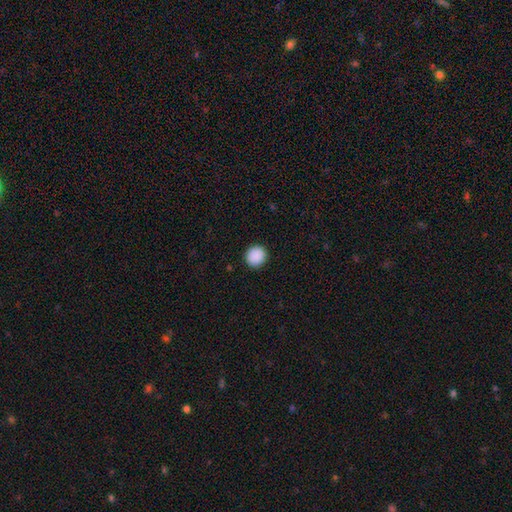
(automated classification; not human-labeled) smooth_or_featured: smooth (p=0.90) [alt: star or artifact p=0.08]
how_rounded: round (p=0.90) [alt: in between p=0.09]
merging: none (p=0.92) [alt: minor disturbance p=0.05]